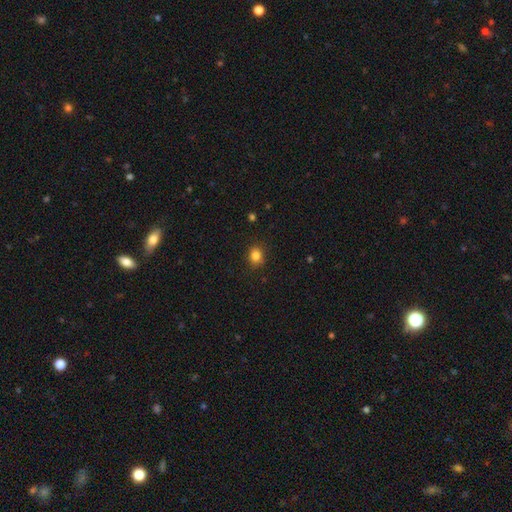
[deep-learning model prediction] Q: Smooth or featured?
A: smooth (84%); runner-up: star or artifact (11%)
Q: How rounded?
A: round (61%); runner-up: in between (38%)
Q: Merging?
A: none (87%); runner-up: minor disturbance (9%)